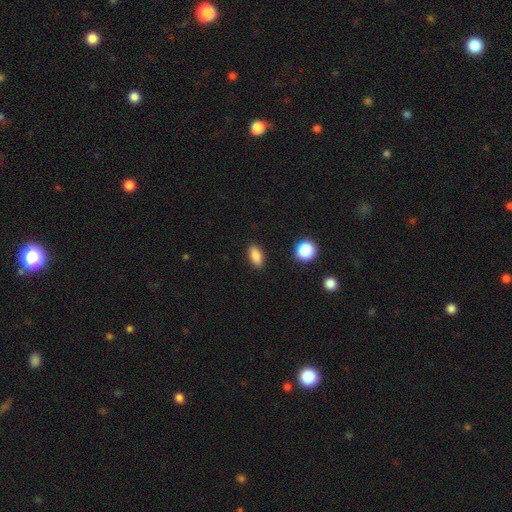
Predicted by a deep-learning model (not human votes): This appears to be a smooth galaxy with no disk features (85%) that is in between round and cigar-shaped (87%). Merging: none (89%).